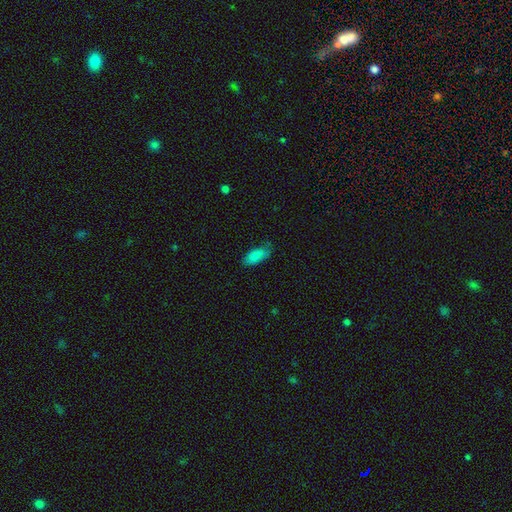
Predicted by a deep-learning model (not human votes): This is clearly a smooth galaxy (86%). How rounded: clearly in between (84%). Merging: likely none (70%).